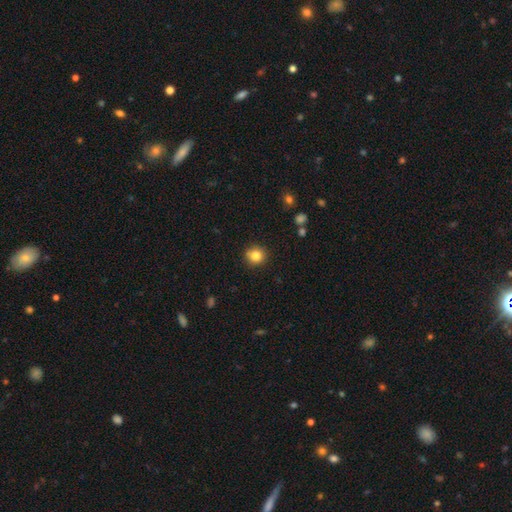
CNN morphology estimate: A smooth galaxy with no disk features (82%) that is round (90%).

Vote fractions:
- Smooth or featured? smooth: 82% / star or artifact: 11% / featured or disk: 7%
- How rounded? round: 90% / in between: 9% / cigar-shaped: 1%
- Merging? none: 89% / minor disturbance: 8% / major disturbance: 2% / merger: 2%